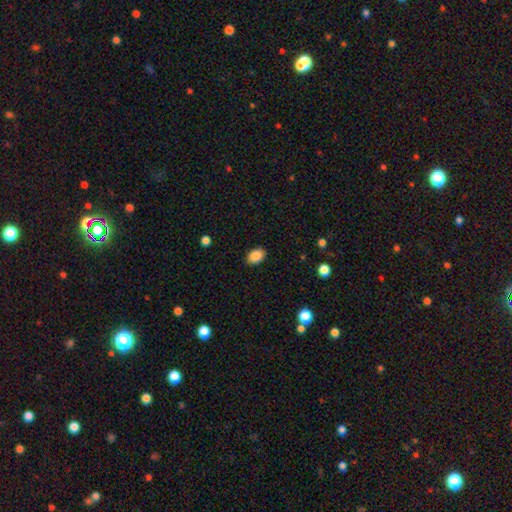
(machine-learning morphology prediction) Smooth or featured?
  - smooth: 88% *
  - star or artifact: 8%
  - featured or disk: 4%
How rounded?
  - in between: 81% *
  - round: 18%
  - cigar-shaped: 1%
Merging?
  - none: 88% *
  - minor disturbance: 9%
  - major disturbance: 2%
  - merger: 1%